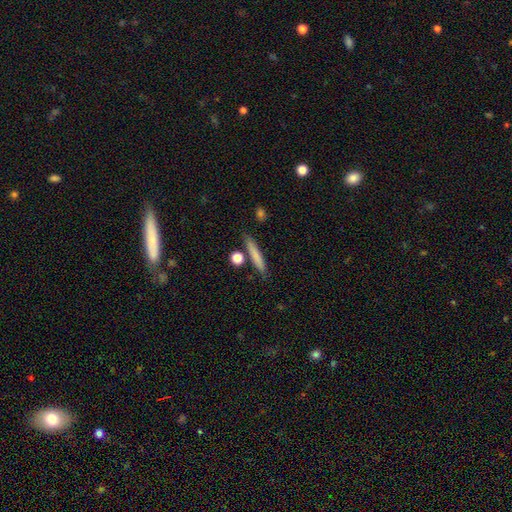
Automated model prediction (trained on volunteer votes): Smooth or featured? Predicted: smooth (p=0.75). How rounded? Predicted: cigar-shaped (p=0.89). Merging? Predicted: none (p=0.81).